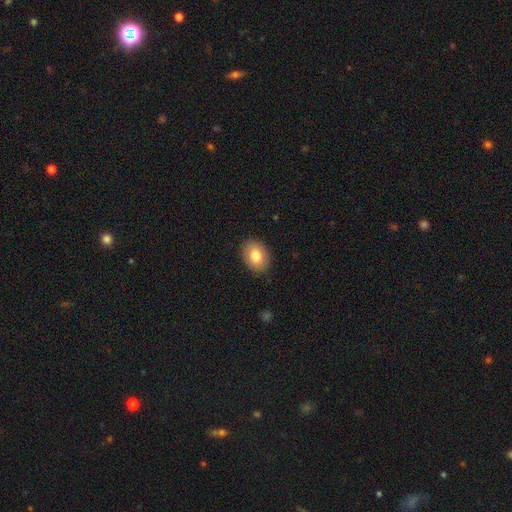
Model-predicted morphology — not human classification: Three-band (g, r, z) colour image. It shows a smooth galaxy with no disk features (81%) that is in between round and cigar-shaped (63%). Merging: none (87%).